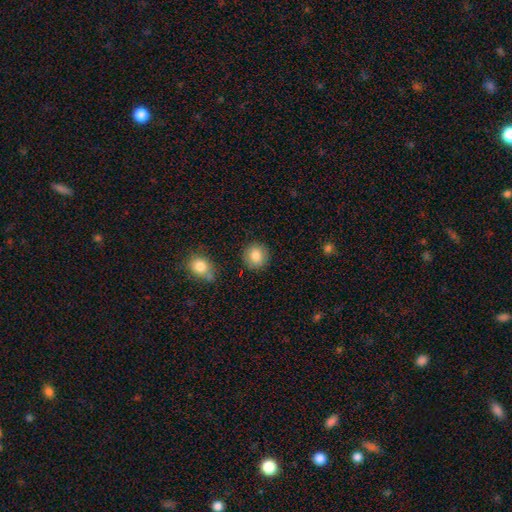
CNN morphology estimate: A smooth galaxy with no disk features (85%) that is round (87%).

Vote fractions:
- Smooth or featured? smooth: 85% / star or artifact: 8% / featured or disk: 7%
- How rounded? round: 87% / in between: 12% / cigar-shaped: 1%
- Merging? none: 88% / minor disturbance: 8% / major disturbance: 2% / merger: 2%